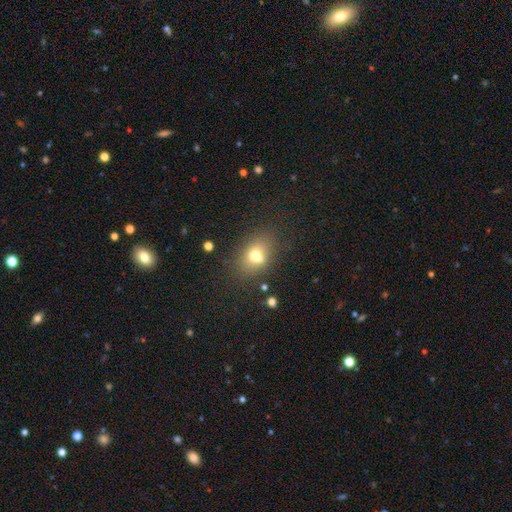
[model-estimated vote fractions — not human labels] Morphology: type=smooth (66%); roundness=in between (70%); merging=none (51%).